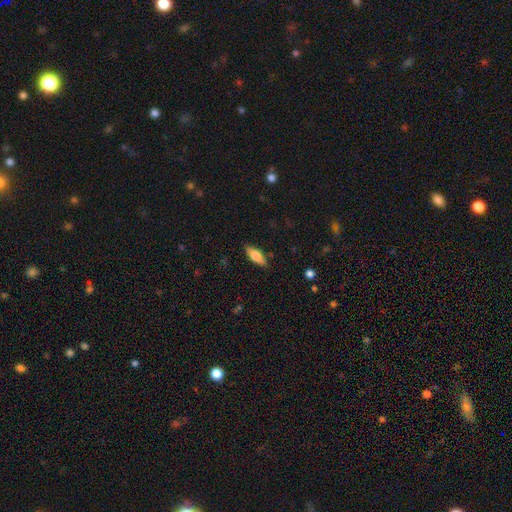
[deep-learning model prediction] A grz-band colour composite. It shows a smooth galaxy with no disk features (55%) that is in between round and cigar-shaped (65%). Merging: none (86%).